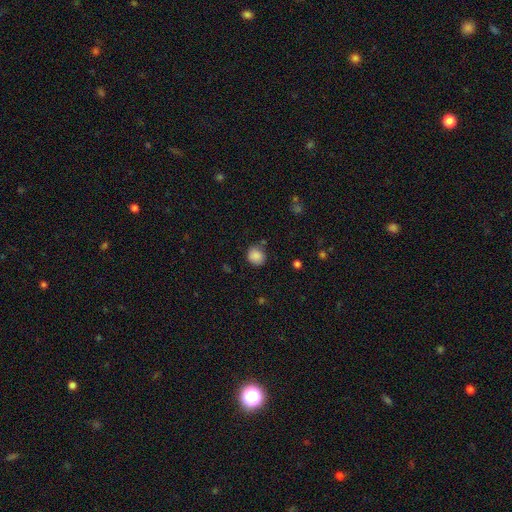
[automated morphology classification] Smooth or featured? Predicted: smooth (p=0.87). How rounded? Predicted: round (p=0.82). Merging? Predicted: none (p=0.77).